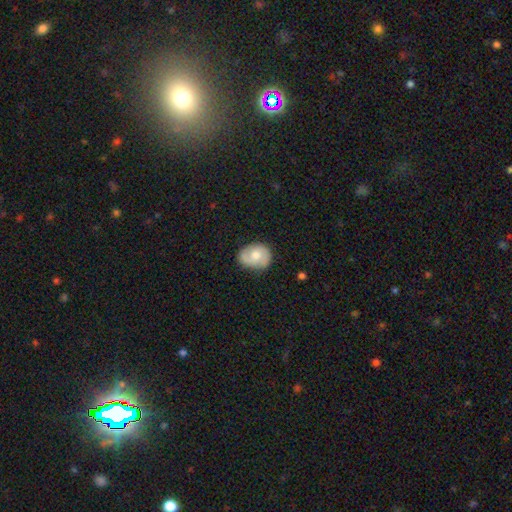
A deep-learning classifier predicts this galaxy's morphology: Smooth or featured? smooth (49%)
Merging? none (72%)